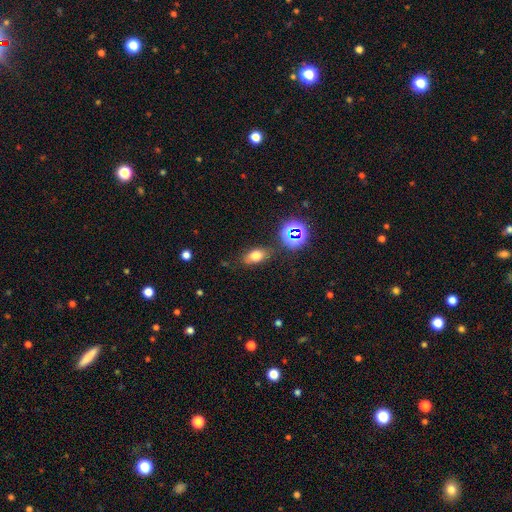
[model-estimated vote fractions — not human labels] Overall: smooth (70%). How rounded: in between (81%). Merging: none (78%).